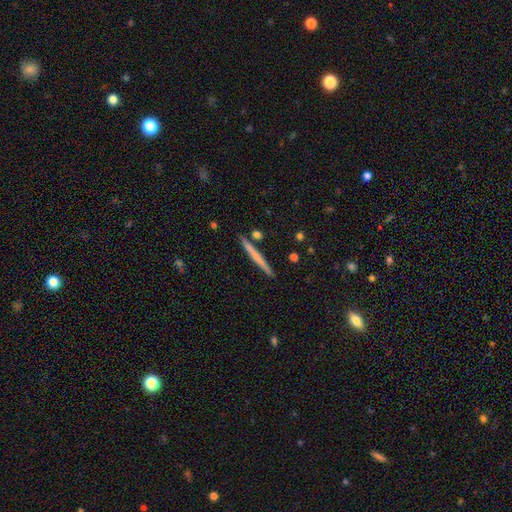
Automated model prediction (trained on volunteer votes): Smooth or featured: smooth — 53% (featured or disk — 41%)
How rounded: cigar-shaped — 97% (in between — 2%)
Merging: none — 90% (minor disturbance — 6%)